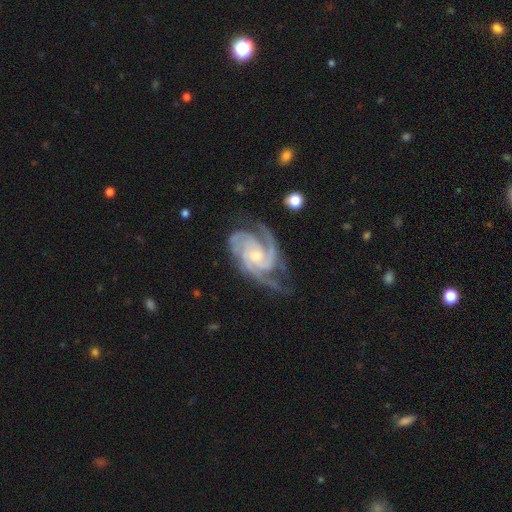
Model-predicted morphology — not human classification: Overall: featured or disk (94%). Edge-on disk: no (98%). Bar: no (64%; weak 27%). Spiral arms: yes (99%). Spiral arm count: 3 (62%). Spiral winding: tight (55%; medium 40%). Bulge size: small (59%; moderate 37%). Merging: none (69%).